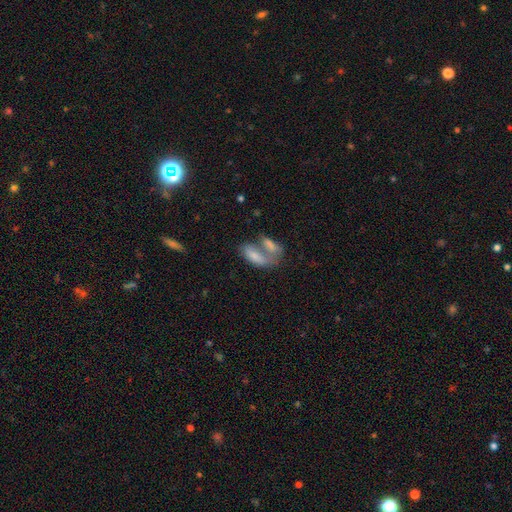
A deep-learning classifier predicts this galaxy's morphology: type=smooth (73%); roundness=in between (81%); merging=merger (66%).